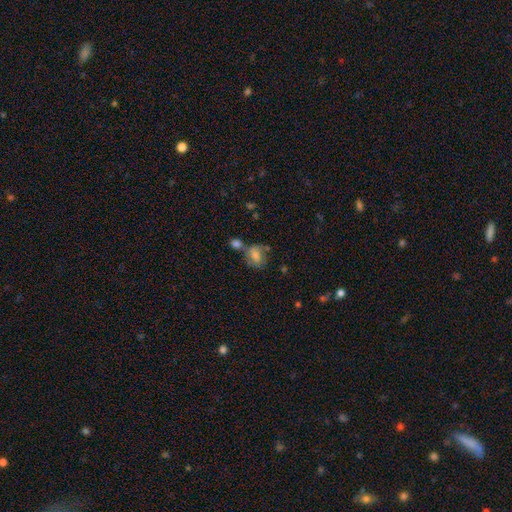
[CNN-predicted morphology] This is likely a smooth galaxy (70%). How rounded: possibly in between (52%). Merging: marginally none (42%).